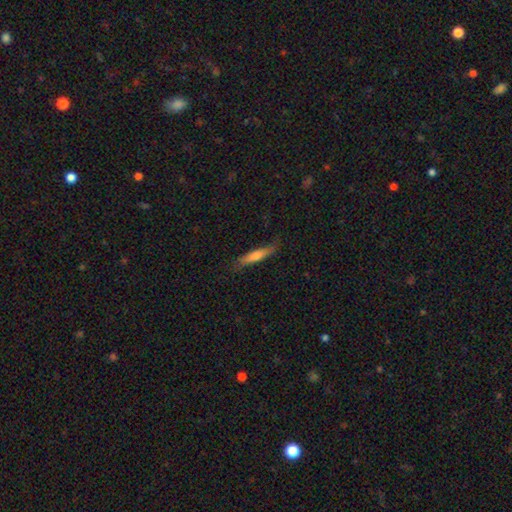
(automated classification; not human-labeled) smooth 62%, featured or disk 31%, star or artifact 6%. Down the decision tree: how rounded — cigar-shaped (88%); merging — none (77%).